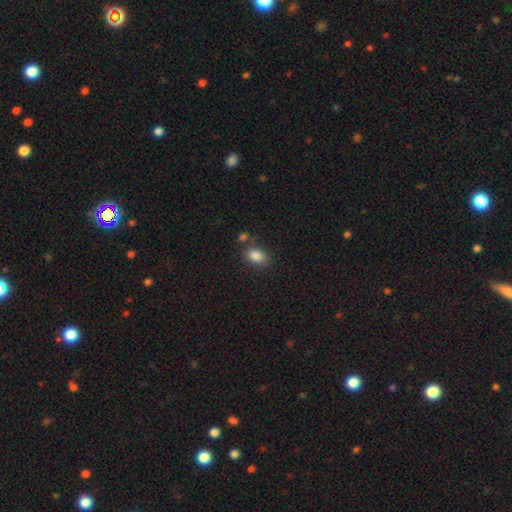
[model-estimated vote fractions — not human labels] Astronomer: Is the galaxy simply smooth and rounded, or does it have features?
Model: smooth — 85%.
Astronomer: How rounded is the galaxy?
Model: in between — 79%.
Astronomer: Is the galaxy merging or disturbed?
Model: none — 70%.